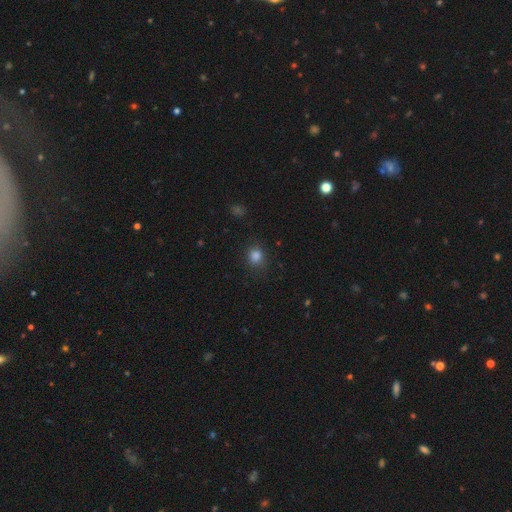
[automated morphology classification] Smooth or featured: smooth — 82% (star or artifact — 13%)
How rounded: round — 73% (in between — 26%)
Merging: none — 79% (minor disturbance — 14%)